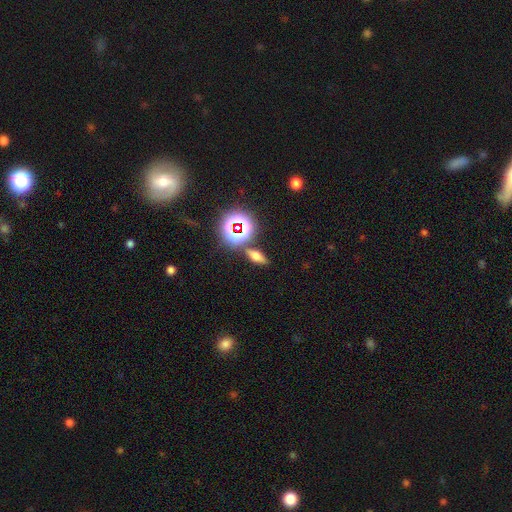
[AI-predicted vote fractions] Smooth or featured? smooth (50%)
How rounded? in between (63%)
Merging? none (79%)